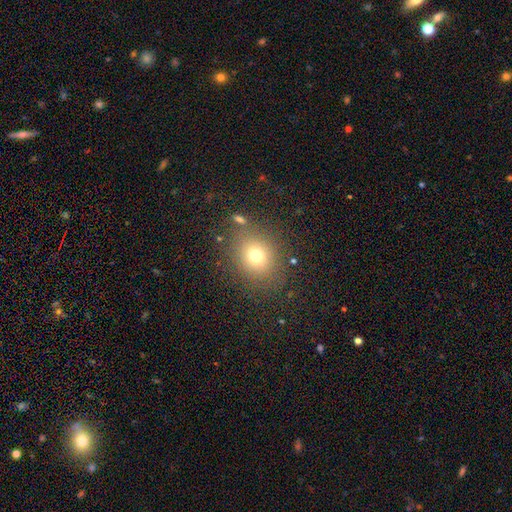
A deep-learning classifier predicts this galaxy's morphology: The model was most divided on "how rounded": round: 64%, in between: 35%, cigar-shaped: 1%. More confident: merging — none (81%); smooth or featured — smooth (73%).